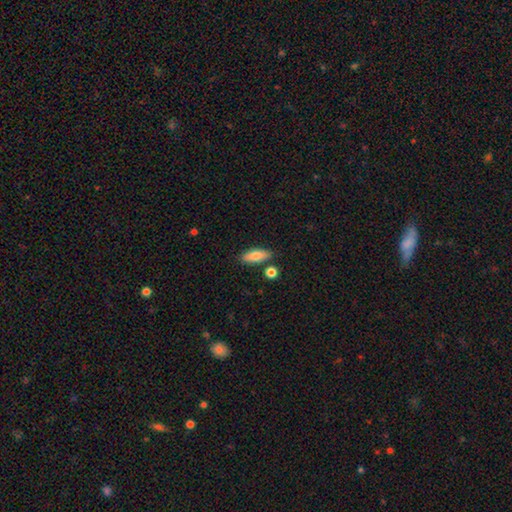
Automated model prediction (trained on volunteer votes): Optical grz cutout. It shows a smooth galaxy with no disk features (78%) that is in between round and cigar-shaped (72%). Merging: none (81%).